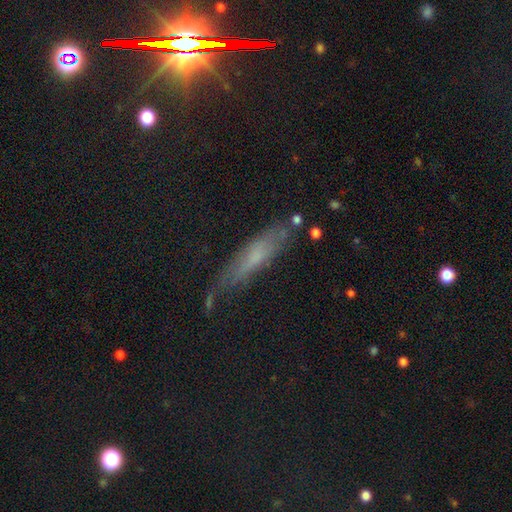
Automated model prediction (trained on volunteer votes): Smooth or featured? smooth (51%)
How rounded? cigar-shaped (75%)
Merging? none (67%)